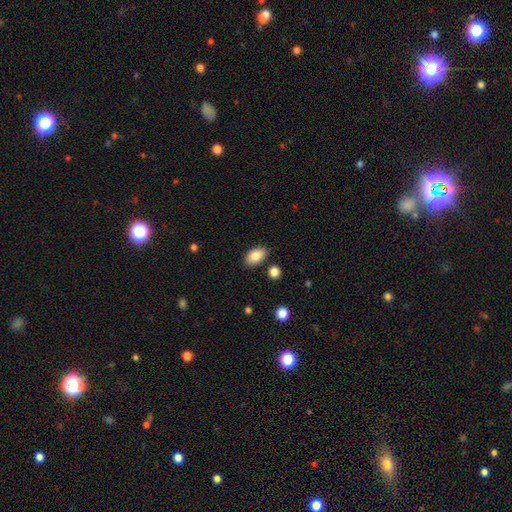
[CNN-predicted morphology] A smooth galaxy with no disk features (86%) that is in between round and cigar-shaped (91%). Merging: none (84%).